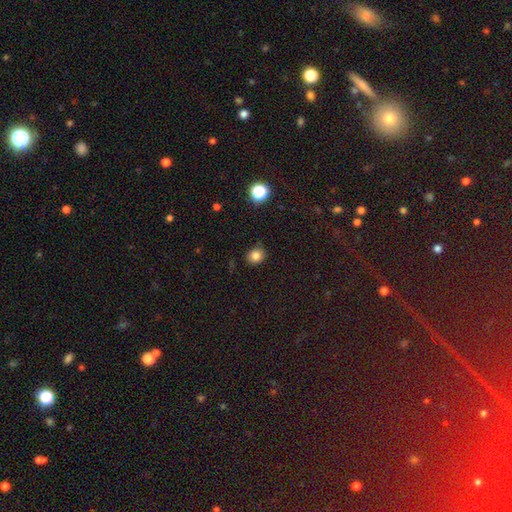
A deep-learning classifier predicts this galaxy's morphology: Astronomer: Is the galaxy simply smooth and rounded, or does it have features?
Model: smooth — 82%.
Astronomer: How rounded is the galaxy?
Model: round — 73%.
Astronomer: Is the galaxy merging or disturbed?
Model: none — 81%.